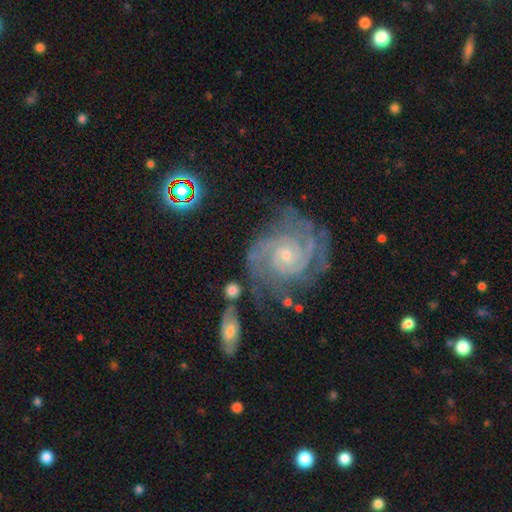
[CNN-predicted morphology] This is clearly a featured or disk galaxy (85%). It is clearly not viewed edge-on (97%). Bar: likely no (74%). Spiral arm pattern: clearly yes (97%). Spiral arm count: marginally can't tell (24%). Spiral winding: likely tight (72%). Central bulge: likely small (70%). Merging: likely none (70%).